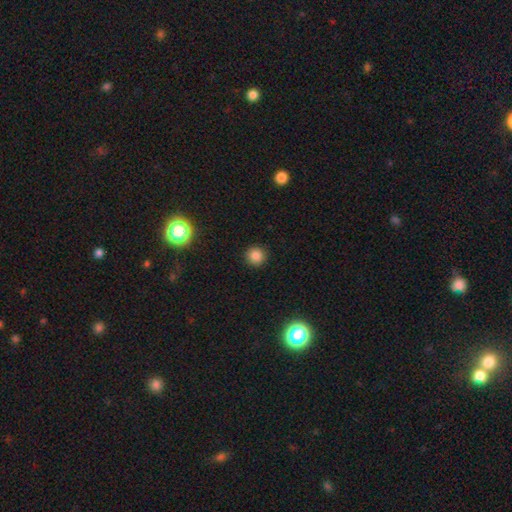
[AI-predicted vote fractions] Smooth or featured?
  - smooth: 82% *
  - star or artifact: 14%
  - featured or disk: 4%
How rounded?
  - round: 93% *
  - in between: 6%
  - cigar-shaped: 1%
Merging?
  - none: 91% *
  - minor disturbance: 6%
  - major disturbance: 2%
  - merger: 1%